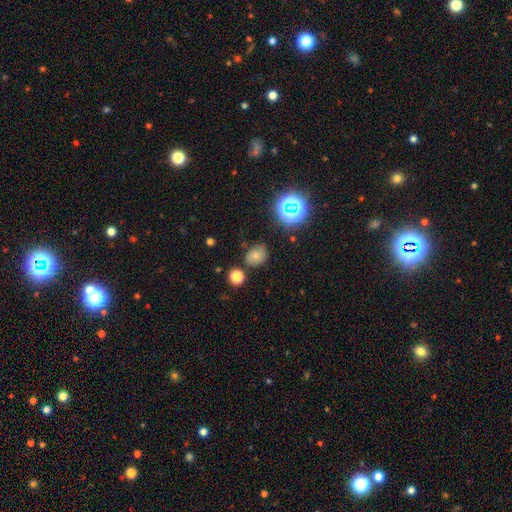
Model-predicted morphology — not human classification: smooth 70%, star or artifact 20%, featured or disk 11%. Down the decision tree: how rounded — in between (56%); merging — none (75%).